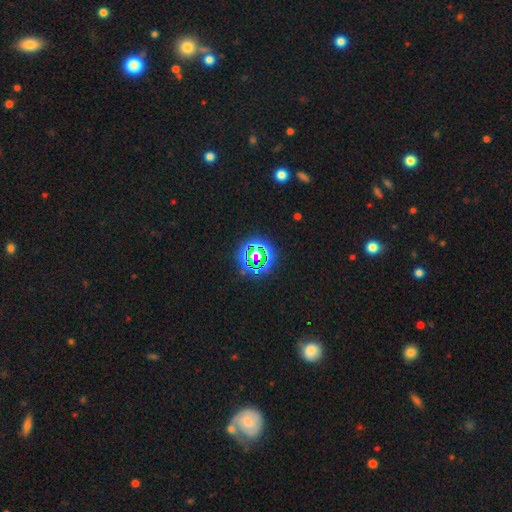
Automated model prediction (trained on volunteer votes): Morphology: type=star or artifact (71%).